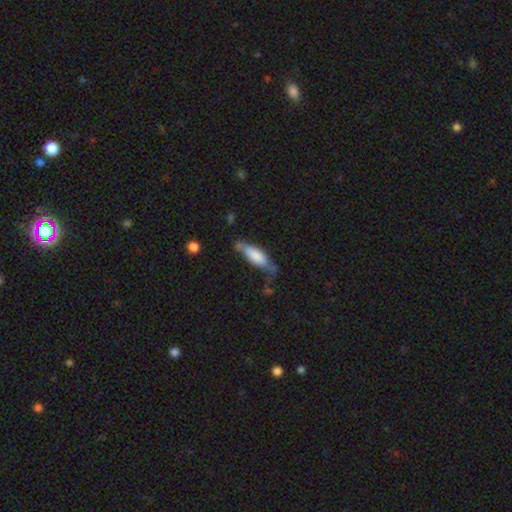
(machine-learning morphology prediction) Smooth or featured? smooth (71%)
How rounded? in between (56%)
Merging? none (43%)